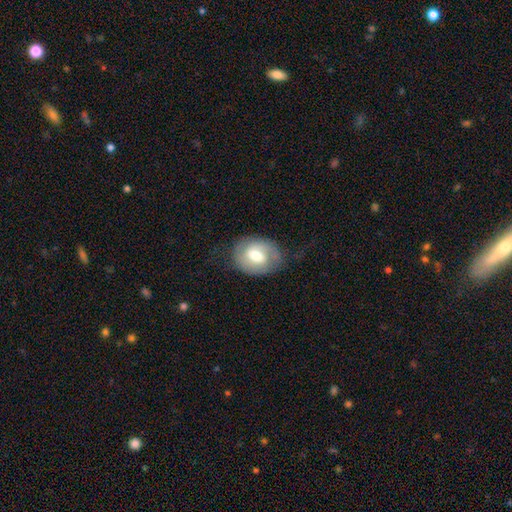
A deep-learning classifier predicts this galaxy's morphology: The model was most divided on "smooth or featured": featured or disk: 48%, smooth: 46%, star or artifact: 6%. More confident: merging — none (65%).